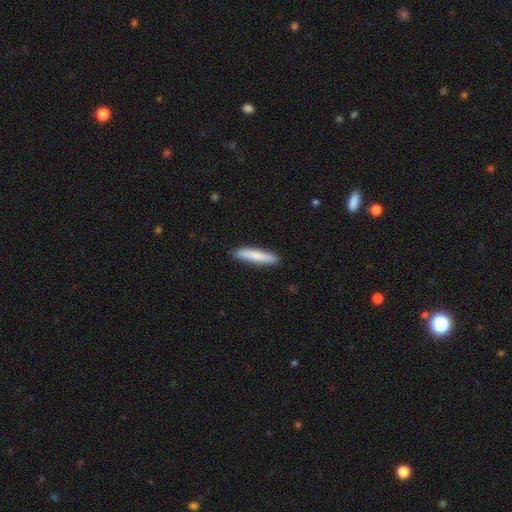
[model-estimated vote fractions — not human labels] smooth_or_featured: smooth (p=0.80) [alt: featured or disk p=0.15]
how_rounded: cigar-shaped (p=0.91) [alt: in between p=0.07]
merging: none (p=0.90) [alt: minor disturbance p=0.08]